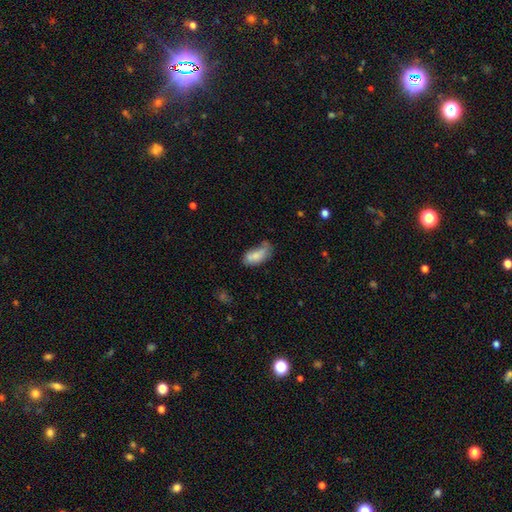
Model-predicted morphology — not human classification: This appears to be a smooth galaxy with no disk features (78%) that is in between round and cigar-shaped (88%). Merging: none (40%).